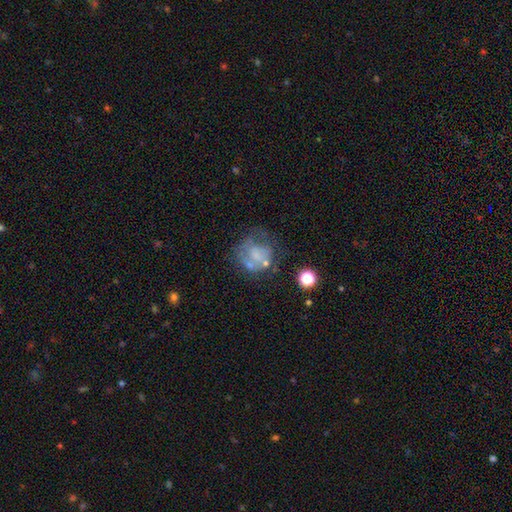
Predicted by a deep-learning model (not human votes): featured or disk 49%, smooth 35%, star or artifact 16%. Down the decision tree: merging — none (41%).